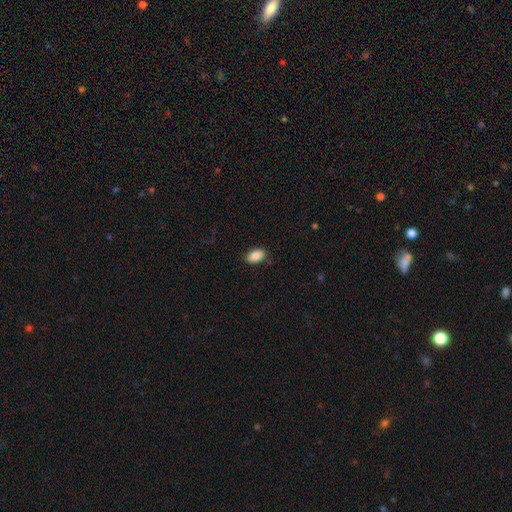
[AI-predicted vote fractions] smooth_or_featured: smooth (p=0.87) [alt: star or artifact p=0.07]
how_rounded: in between (p=0.91) [alt: round p=0.07]
merging: none (p=0.83) [alt: minor disturbance p=0.13]